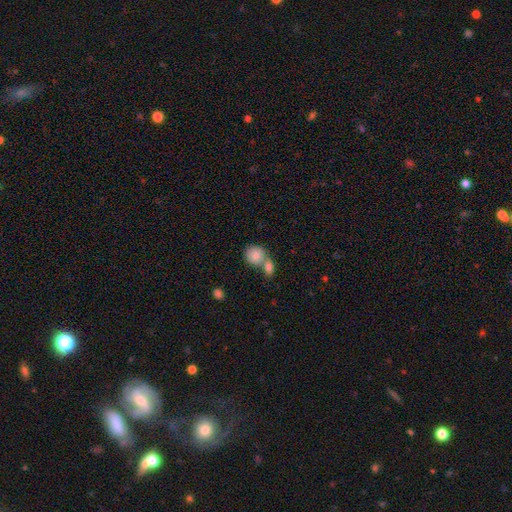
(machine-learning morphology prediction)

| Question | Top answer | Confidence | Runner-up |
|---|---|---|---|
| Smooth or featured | smooth | 84% | featured or disk (9%) |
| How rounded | round | 77% | in between (22%) |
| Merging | merger | 49% | none (38%) |